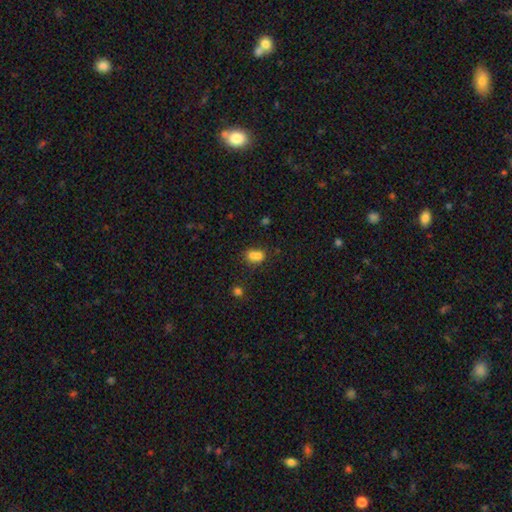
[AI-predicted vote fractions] A smooth galaxy with no disk features (73%) that is in between round and cigar-shaped (55%). Merging: merger (54%).